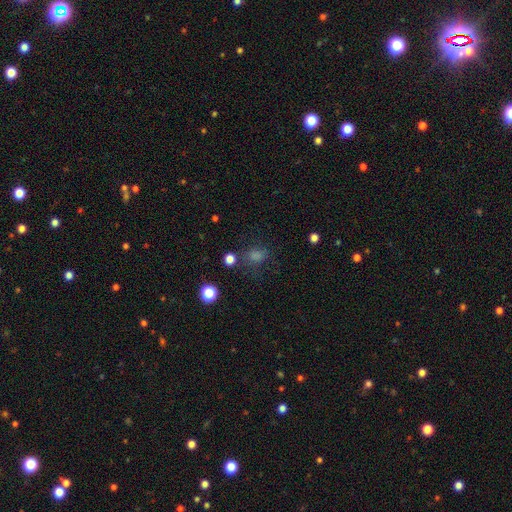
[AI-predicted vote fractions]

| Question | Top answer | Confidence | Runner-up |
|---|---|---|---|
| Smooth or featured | smooth | 58% | star or artifact (32%) |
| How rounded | round | 56% | in between (42%) |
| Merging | none | 67% | minor disturbance (17%) |